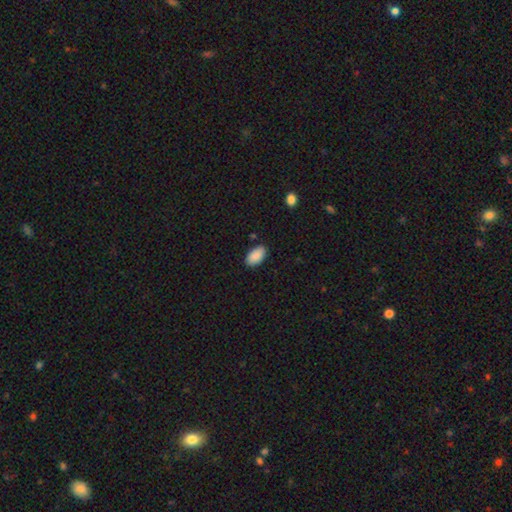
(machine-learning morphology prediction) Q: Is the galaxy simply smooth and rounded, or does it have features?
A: smooth — 90%.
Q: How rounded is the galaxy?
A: in between — 95%.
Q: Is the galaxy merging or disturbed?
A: none — 87%.